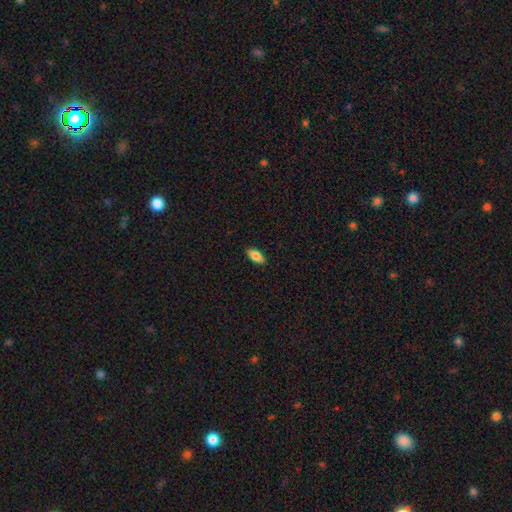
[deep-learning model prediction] A smooth galaxy with no disk features (85%) that is in between round and cigar-shaped (88%).

Vote fractions:
- Smooth or featured? smooth: 85% / featured or disk: 9% / star or artifact: 7%
- How rounded? in between: 88% / cigar-shaped: 10% / round: 2%
- Merging? none: 89% / minor disturbance: 8% / major disturbance: 2% / merger: 1%